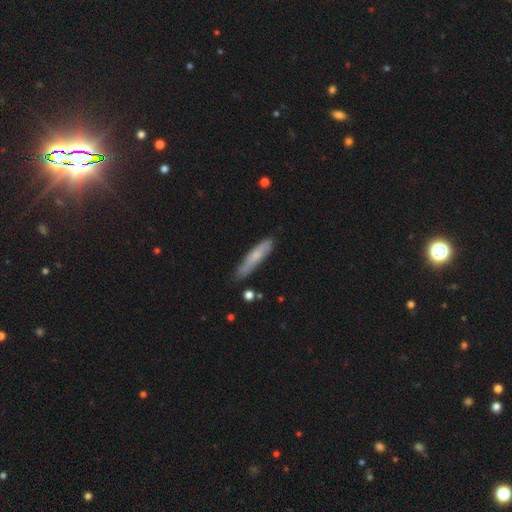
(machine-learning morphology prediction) smooth_or_featured: smooth (p=0.61) [alt: featured or disk p=0.33]
how_rounded: cigar-shaped (p=0.86) [alt: in between p=0.12]
merging: none (p=0.77) [alt: minor disturbance p=0.18]